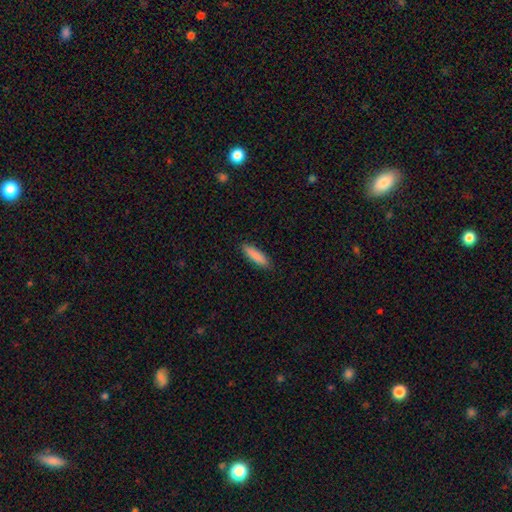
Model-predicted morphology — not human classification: Smooth or featured? smooth (87%)
How rounded? cigar-shaped (68%)
Merging? none (88%)